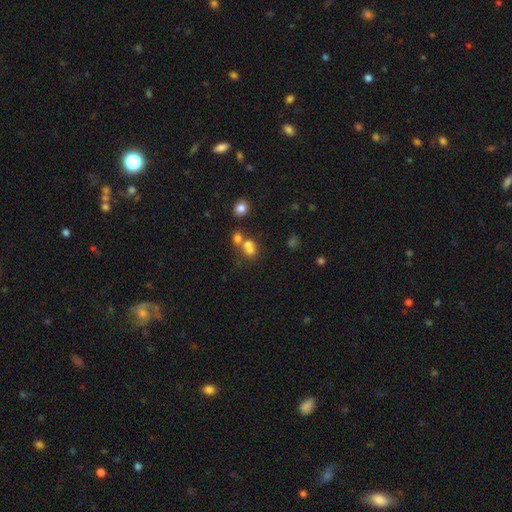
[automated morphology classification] Q: Smooth or featured?
A: smooth (50%); runner-up: star or artifact (38%)
Q: Merging?
A: none (57%); runner-up: merger (27%)